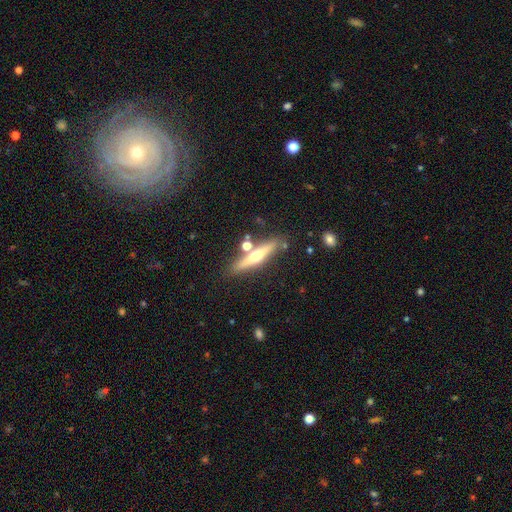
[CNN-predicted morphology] Smooth or featured: featured or disk — 61% (smooth — 32%)
Edge-on disk: yes — 94% (no — 6%)
Edge-on bulge: rounded — 93% (none — 5%)
Merging: none — 79% (minor disturbance — 10%)